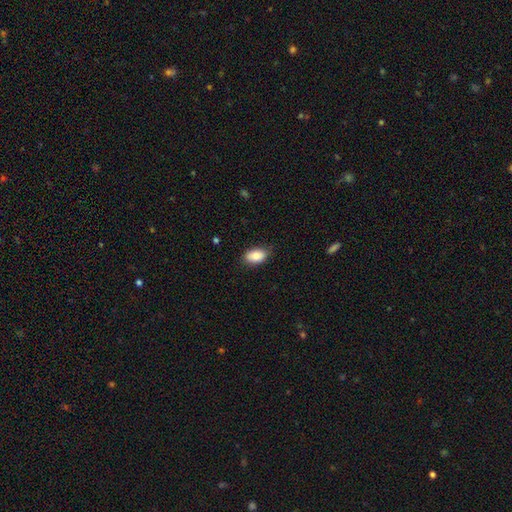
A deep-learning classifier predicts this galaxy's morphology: Smooth or featured? smooth (83%)
How rounded? in between (91%)
Merging? none (81%)